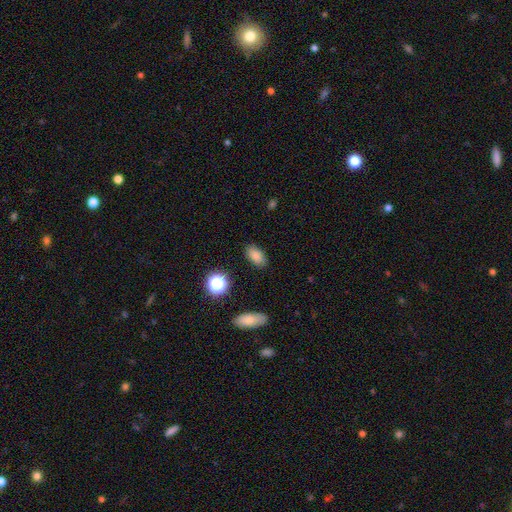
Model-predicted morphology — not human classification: smooth 83%, star or artifact 11%, featured or disk 6%. Down the decision tree: how rounded — in between (90%); merging — none (85%).